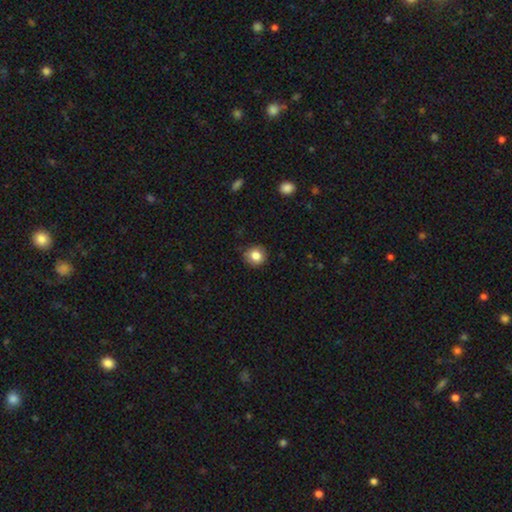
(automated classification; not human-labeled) The model was most divided on "smooth or featured": smooth: 83%, star or artifact: 10%, featured or disk: 7%. More confident: how rounded — round (86%); merging — none (85%).